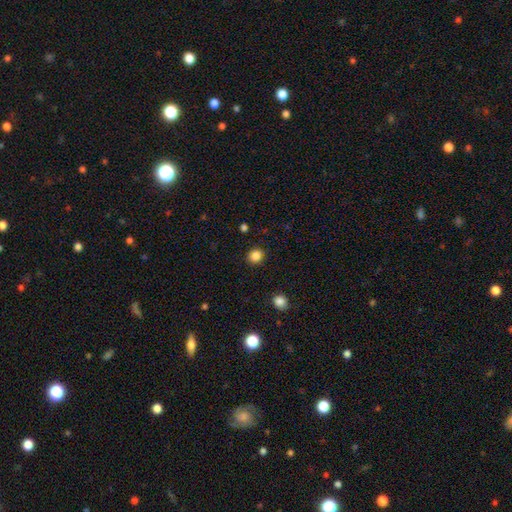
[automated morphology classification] smooth_or_featured: smooth (p=0.85) [alt: star or artifact p=0.11]
how_rounded: round (p=0.86) [alt: in between p=0.13]
merging: none (p=0.91) [alt: minor disturbance p=0.05]